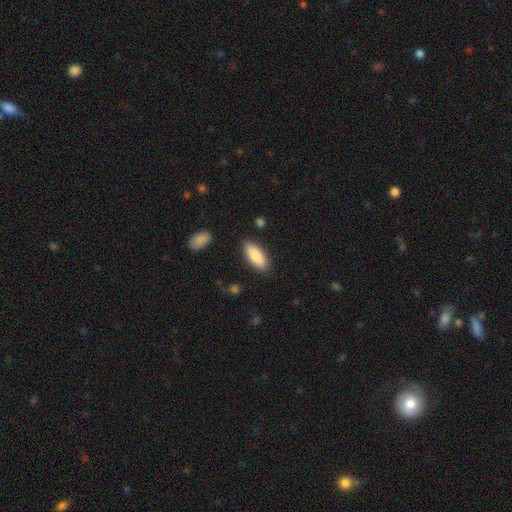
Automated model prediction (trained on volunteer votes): The model was most divided on "how rounded": in between: 72%, cigar-shaped: 26%, round: 2%. More confident: merging — none (87%); smooth or featured — smooth (86%).